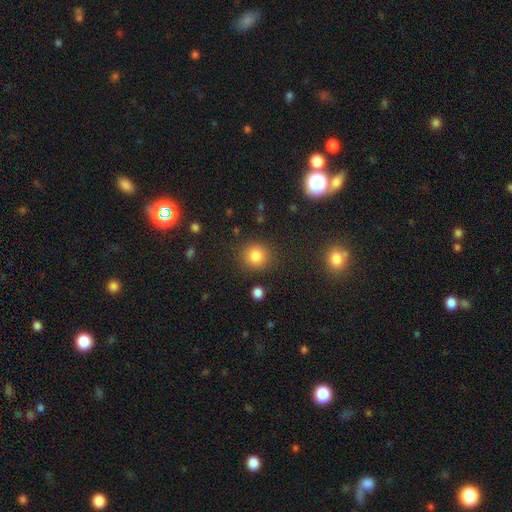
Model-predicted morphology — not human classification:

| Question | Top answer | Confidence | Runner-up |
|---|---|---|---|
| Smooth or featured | smooth | 83% | star or artifact (12%) |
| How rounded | round | 87% | in between (12%) |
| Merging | none | 86% | minor disturbance (8%) |